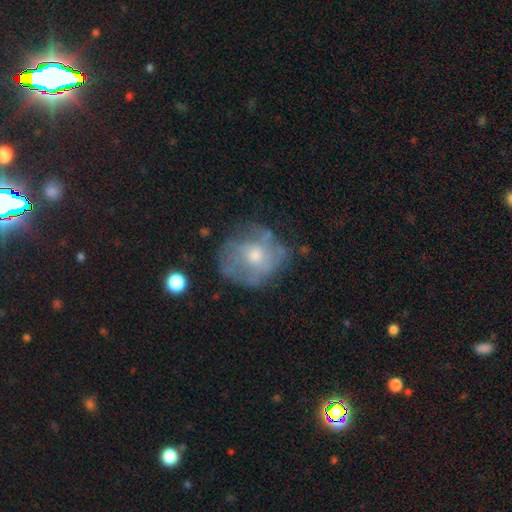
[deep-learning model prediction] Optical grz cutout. It shows a featured or disk galaxy (53%) with no bar (85%), no spiral arms (58%) and a moderate central bulge (60%). Merging: none (56%).